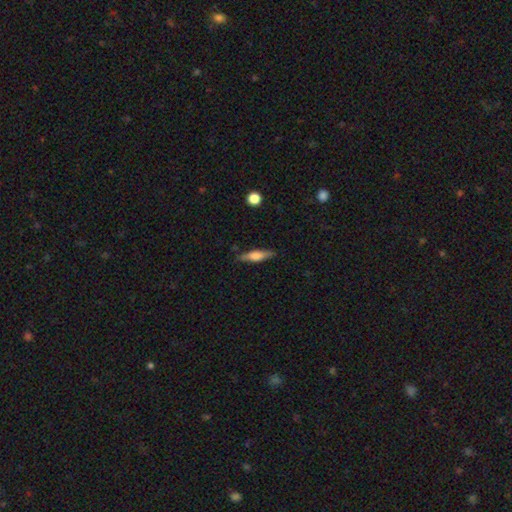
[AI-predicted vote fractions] Smooth or featured: smooth — 51% (featured or disk — 43%)
How rounded: cigar-shaped — 72% (in between — 26%)
Merging: none — 83% (minor disturbance — 13%)